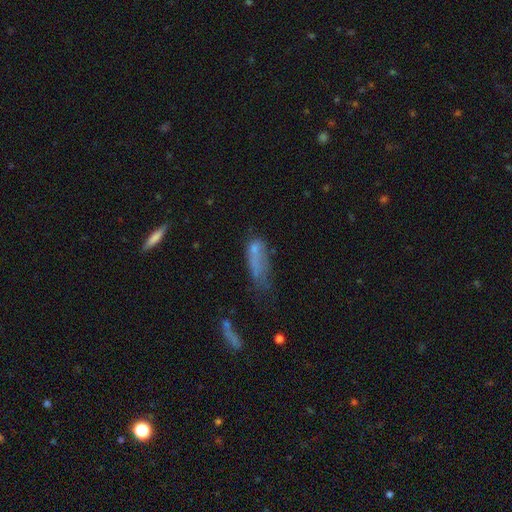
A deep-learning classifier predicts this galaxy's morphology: type=smooth (58%); roundness=in between (50%); merging=major disturbance (36%).